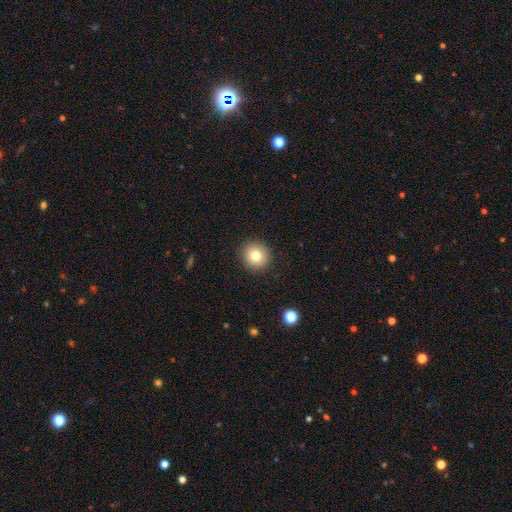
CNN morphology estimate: Smooth or featured: smooth — 80% (star or artifact — 11%)
How rounded: round — 93% (in between — 7%)
Merging: none — 91% (minor disturbance — 6%)